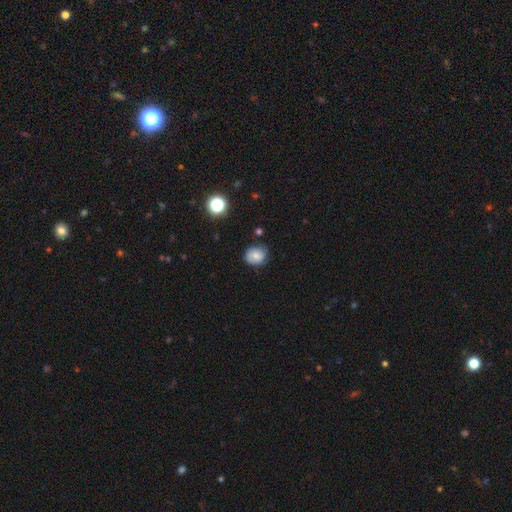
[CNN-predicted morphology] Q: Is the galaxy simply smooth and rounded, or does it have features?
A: smooth — 72%.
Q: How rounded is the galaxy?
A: round — 69%.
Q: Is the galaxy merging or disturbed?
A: none — 77%.